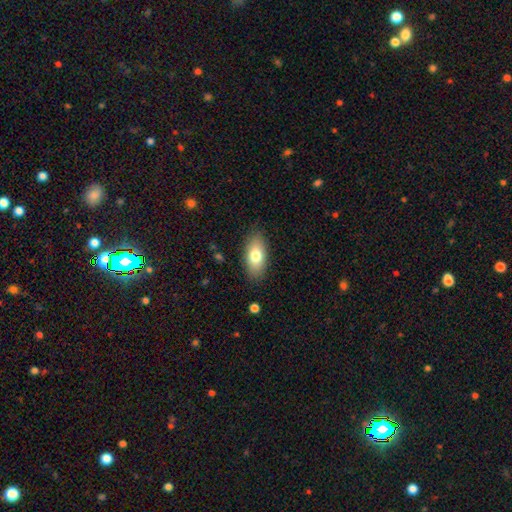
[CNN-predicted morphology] Overall: smooth (75%). How rounded: in between (87%). Merging: none (86%).